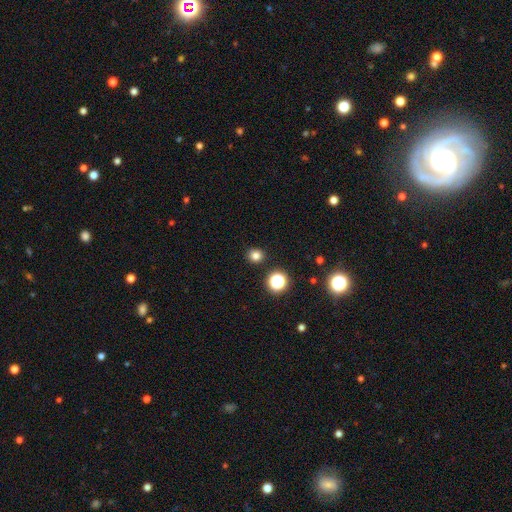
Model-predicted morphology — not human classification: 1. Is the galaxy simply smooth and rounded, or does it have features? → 79% smooth, 16% star or artifact, 5% featured or disk.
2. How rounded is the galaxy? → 85% round, 14% in between, 1% cigar-shaped.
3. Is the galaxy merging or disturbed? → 90% none, 6% minor disturbance, 2% major disturbance, 2% merger.